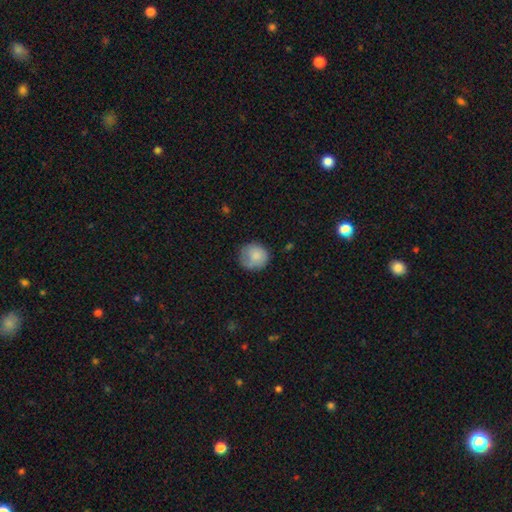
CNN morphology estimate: Smooth or featured?
  - smooth: 81% *
  - featured or disk: 11%
  - star or artifact: 7%
How rounded?
  - round: 87% *
  - in between: 12%
  - cigar-shaped: 1%
Merging?
  - none: 65% *
  - minor disturbance: 25%
  - major disturbance: 9%
  - merger: 2%